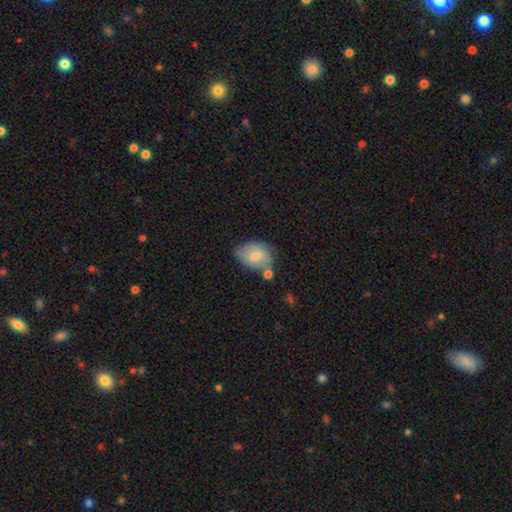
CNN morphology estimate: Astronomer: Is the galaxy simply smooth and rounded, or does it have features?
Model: smooth — 57% (runner-up: featured or disk, 36%).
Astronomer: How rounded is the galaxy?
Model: in between — 74%.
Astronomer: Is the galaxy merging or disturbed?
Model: none — 45% (runner-up: minor disturbance, 26%).